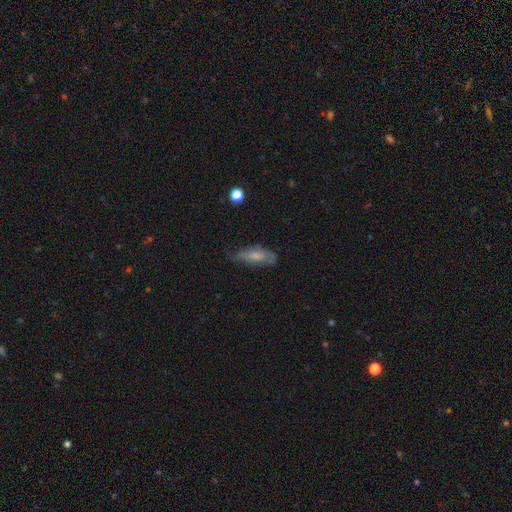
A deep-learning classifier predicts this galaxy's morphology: Q: Smooth or featured?
A: smooth (59%); runner-up: featured or disk (33%)
Q: How rounded?
A: in between (63%); runner-up: cigar-shaped (34%)
Q: Merging?
A: none (52%); runner-up: minor disturbance (33%)